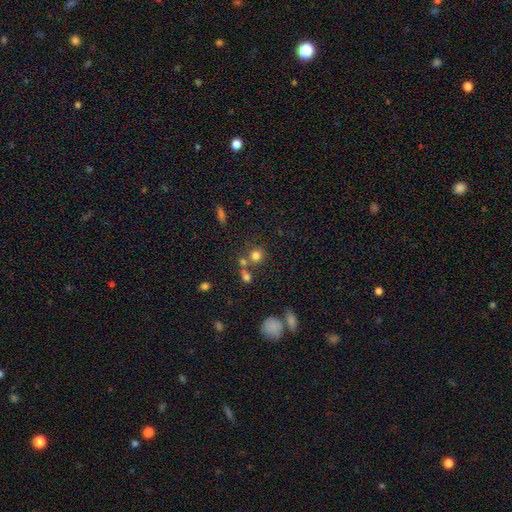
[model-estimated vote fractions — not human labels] smooth 76%, star or artifact 15%, featured or disk 9%. Down the decision tree: how rounded — round (87%); merging — none (61%).